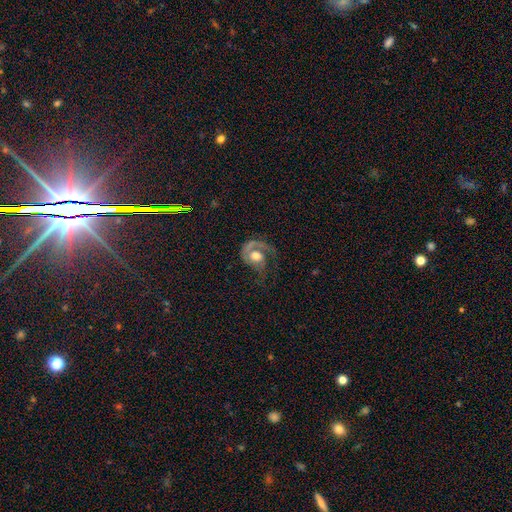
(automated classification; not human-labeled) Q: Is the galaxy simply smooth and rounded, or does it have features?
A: featured or disk — 76%.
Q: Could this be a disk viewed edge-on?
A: no — 97%.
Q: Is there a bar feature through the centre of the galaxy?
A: no — 71%.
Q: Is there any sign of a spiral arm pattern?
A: yes — 89%.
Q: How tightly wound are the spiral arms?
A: medium — 39%.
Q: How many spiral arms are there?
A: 1 — 77%.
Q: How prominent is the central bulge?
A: moderate — 65%.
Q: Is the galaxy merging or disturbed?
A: major disturbance — 40%.